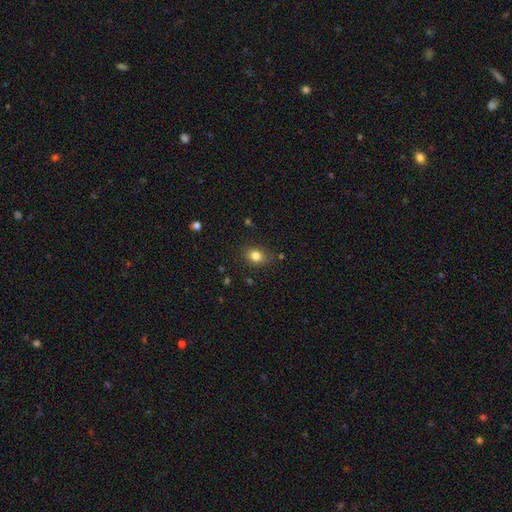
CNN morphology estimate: A smooth galaxy with no disk features (81%) that is in between round and cigar-shaped (57%).

Vote fractions:
- Smooth or featured? smooth: 81% / star or artifact: 12% / featured or disk: 7%
- How rounded? in between: 57% / round: 42% / cigar-shaped: 1%
- Merging? none: 80% / minor disturbance: 15% / major disturbance: 3% / merger: 2%